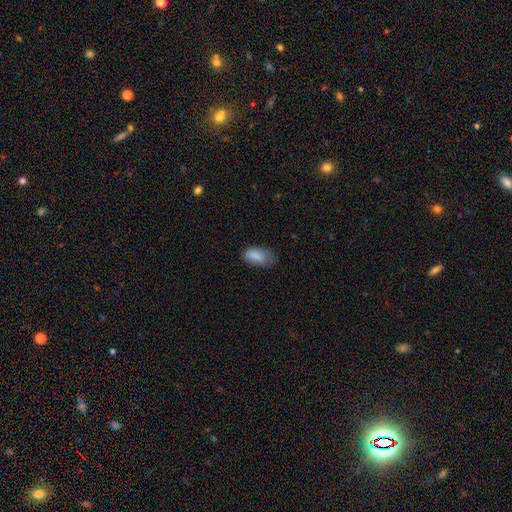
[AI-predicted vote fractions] A smooth galaxy with no disk features (83%) that is in between round and cigar-shaped (90%). Merging: none (49%).